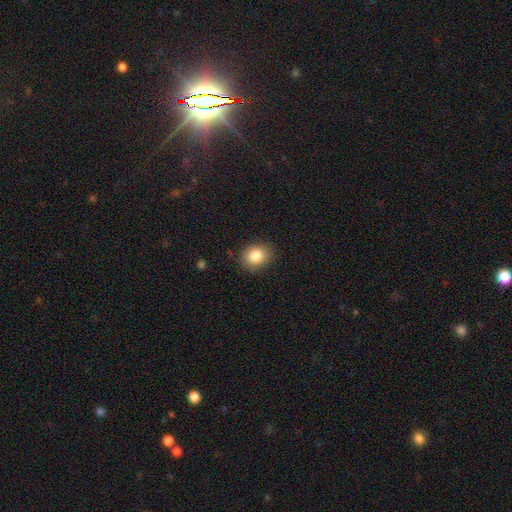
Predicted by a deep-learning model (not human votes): Overall: smooth (84%). How rounded: round (58%; in between 41%). Merging: none (86%).